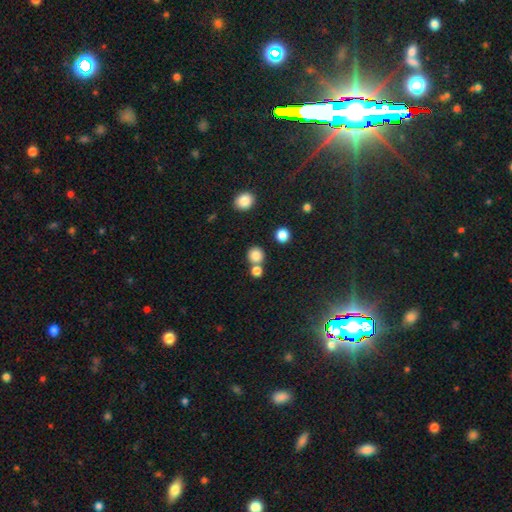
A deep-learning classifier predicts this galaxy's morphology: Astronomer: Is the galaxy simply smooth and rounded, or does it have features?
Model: smooth — 82%.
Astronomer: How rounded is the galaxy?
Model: round — 89%.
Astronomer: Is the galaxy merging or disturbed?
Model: none — 63%.